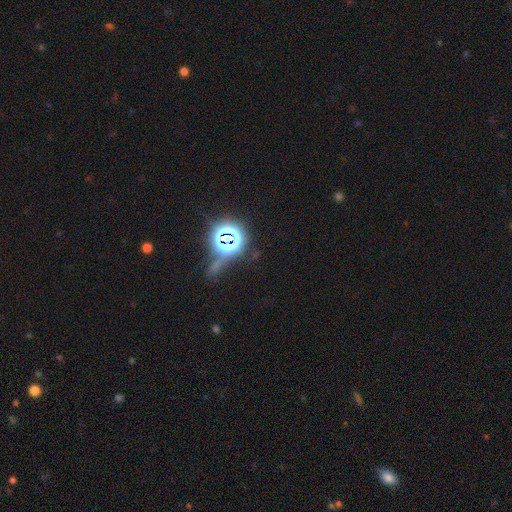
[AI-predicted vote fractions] Morphology: type=star or artifact (81%).